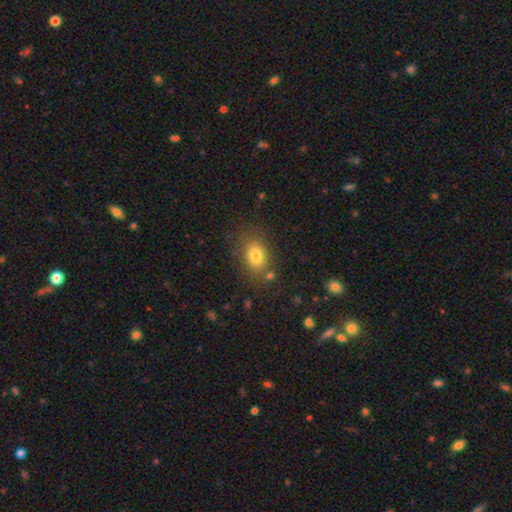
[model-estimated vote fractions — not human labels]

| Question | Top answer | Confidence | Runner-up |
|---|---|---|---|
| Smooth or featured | smooth | 80% | star or artifact (10%) |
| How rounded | in between | 75% | round (23%) |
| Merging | none | 76% | minor disturbance (13%) |